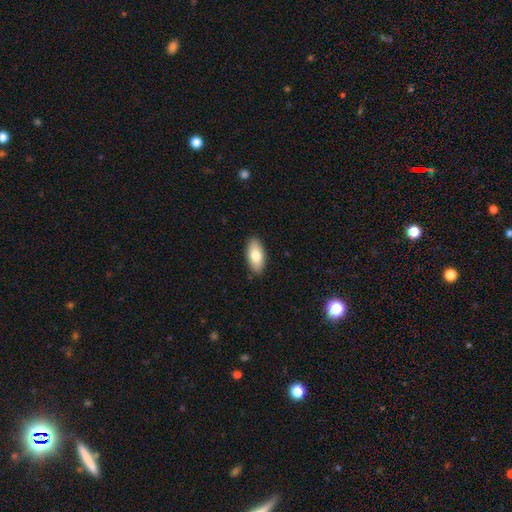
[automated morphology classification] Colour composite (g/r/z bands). It shows a smooth galaxy with no disk features (79%) that is in between round and cigar-shaped (89%). Merging: none (89%).